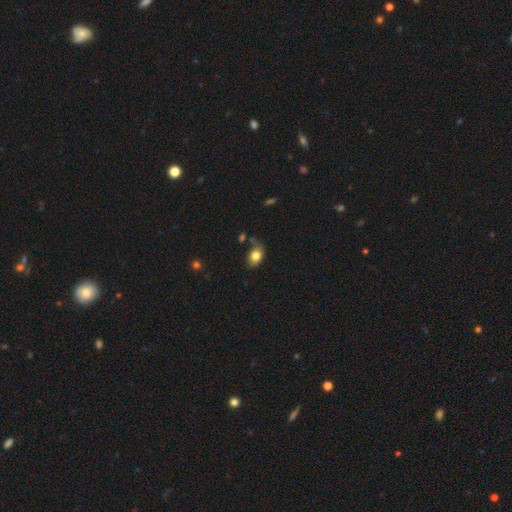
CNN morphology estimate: type=smooth (81%); roundness=in between (79%); merging=none (64%).